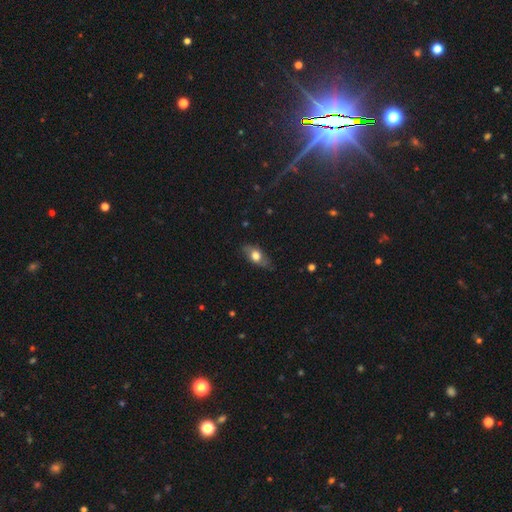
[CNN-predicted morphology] A smooth galaxy with no disk features (61%) that is in between round and cigar-shaped (79%).

Vote fractions:
- Smooth or featured? smooth: 61% / featured or disk: 32% / star or artifact: 8%
- How rounded? in between: 79% / cigar-shaped: 12% / round: 8%
- Merging? none: 76% / minor disturbance: 18% / major disturbance: 4% / merger: 1%